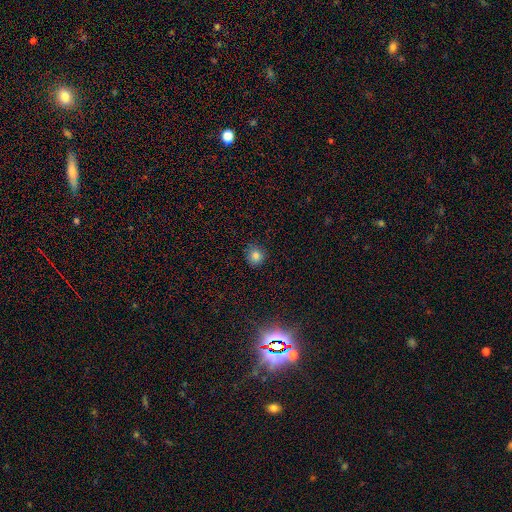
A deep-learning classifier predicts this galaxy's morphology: type=smooth (80%); roundness=round (91%); merging=none (88%).